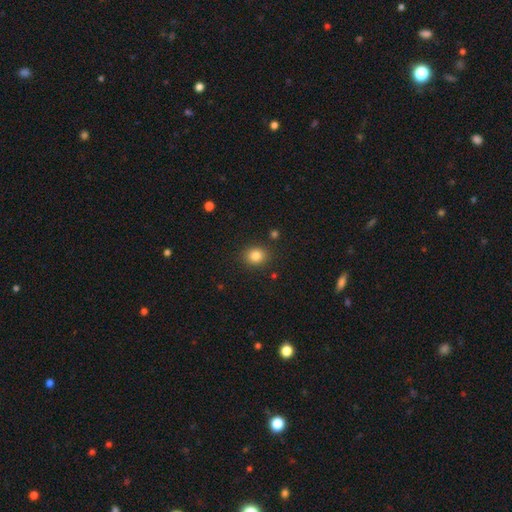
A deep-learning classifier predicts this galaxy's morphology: The model was most divided on "how rounded": round: 72%, in between: 28%, cigar-shaped: 1%. More confident: merging — none (87%); smooth or featured — smooth (83%).